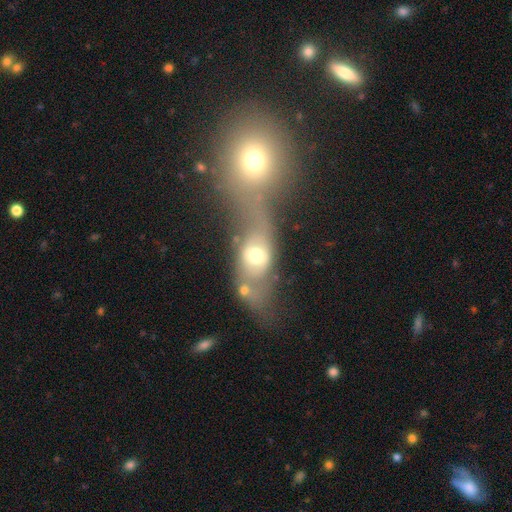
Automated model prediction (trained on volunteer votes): The model was most divided on "smooth or featured": smooth: 45%, featured or disk: 43%, star or artifact: 11%. More confident: merging — merger (62%).